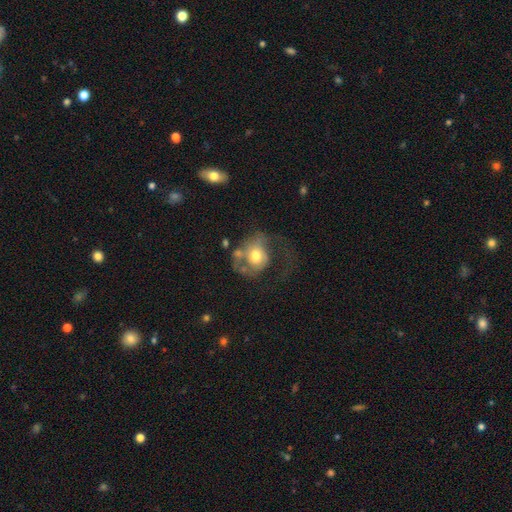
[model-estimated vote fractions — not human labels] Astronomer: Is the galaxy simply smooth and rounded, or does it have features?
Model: smooth — 47% (runner-up: featured or disk, 45%).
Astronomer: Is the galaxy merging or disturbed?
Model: major disturbance — 51%.